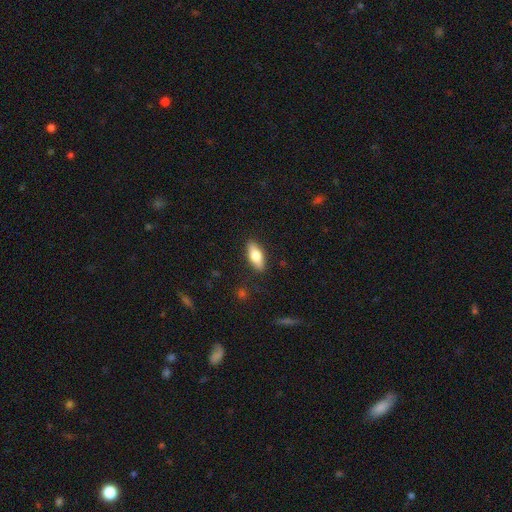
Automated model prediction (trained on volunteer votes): A smooth galaxy with no disk features (71%) that is in between round and cigar-shaped (77%).

Vote fractions:
- Smooth or featured? smooth: 71% / featured or disk: 22% / star or artifact: 6%
- How rounded? in between: 77% / cigar-shaped: 20% / round: 3%
- Merging? none: 88% / minor disturbance: 9% / major disturbance: 2% / merger: 1%